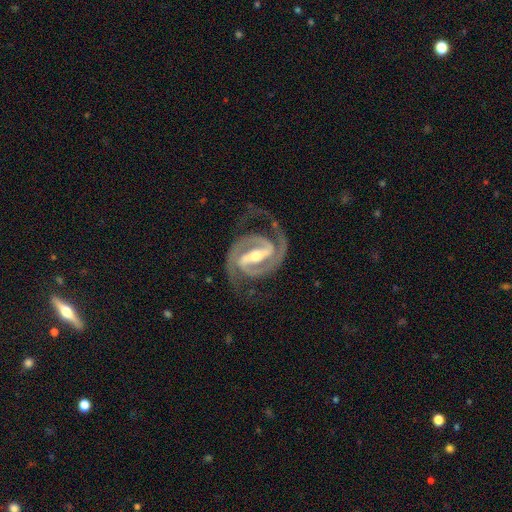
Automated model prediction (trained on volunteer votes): This is clearly a featured or disk galaxy (95%). It is clearly not viewed edge-on (98%). Bar: likely strong (73%). Spiral arm pattern: clearly yes (99%). Spiral arm count: clearly 2 (94%). Spiral winding: possibly tight (47%, tied with medium). Central bulge: possibly moderate (57%). Merging: likely none (74%).